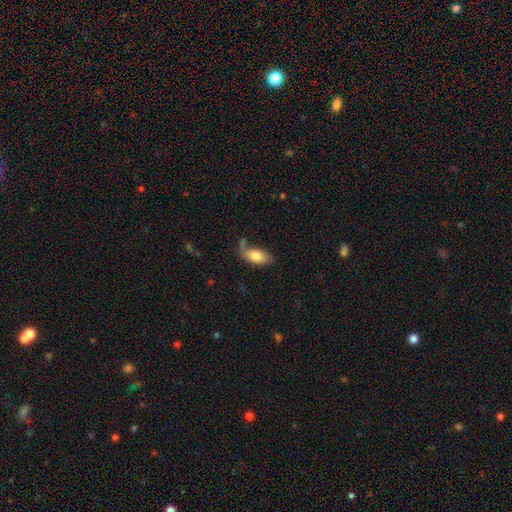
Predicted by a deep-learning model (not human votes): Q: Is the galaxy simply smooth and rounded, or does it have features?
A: smooth — 79%.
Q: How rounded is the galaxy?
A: in between — 92%.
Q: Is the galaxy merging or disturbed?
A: none — 50%.